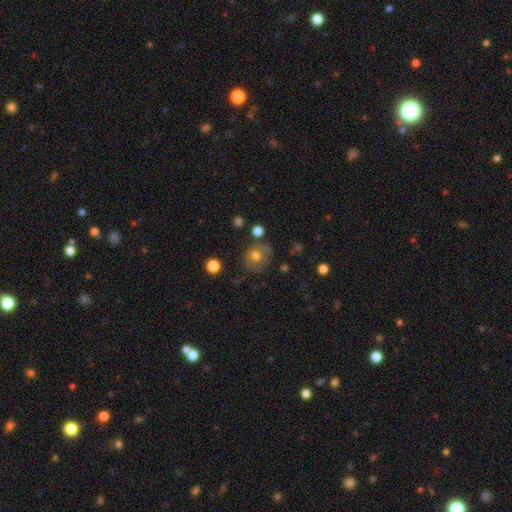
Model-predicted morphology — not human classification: smooth 73%, featured or disk 15%, star or artifact 12%. Down the decision tree: how rounded — round (84%); merging — none (71%).